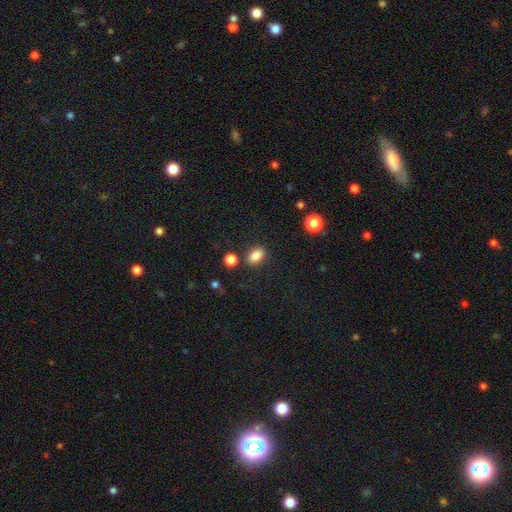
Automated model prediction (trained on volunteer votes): Overall: smooth (85%). How rounded: in between (81%). Merging: none (79%).